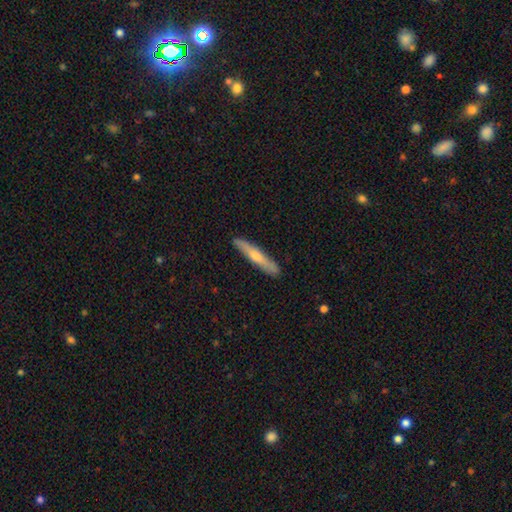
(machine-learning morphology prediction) The model was most divided on "smooth or featured": smooth: 48%, featured or disk: 46%, star or artifact: 6%. More confident: merging — none (89%).